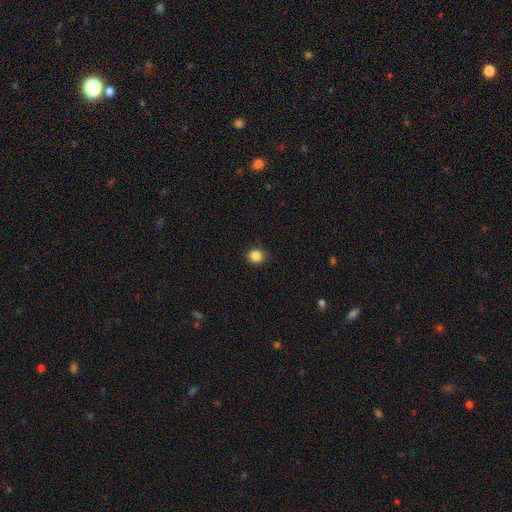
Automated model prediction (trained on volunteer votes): smooth-or-featured: smooth: 86% | star or artifact: 11% | featured or disk: 3%
  how-rounded: round: 84% | in between: 15% | cigar-shaped: 1%
  merging: none: 89% | minor disturbance: 8% | major disturbance: 2% | merger: 1%